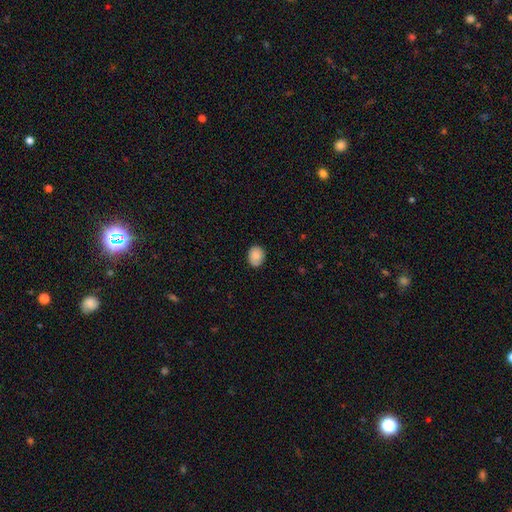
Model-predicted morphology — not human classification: Overall: smooth (82%). How rounded: round (51%; in between 48%). Merging: none (82%).